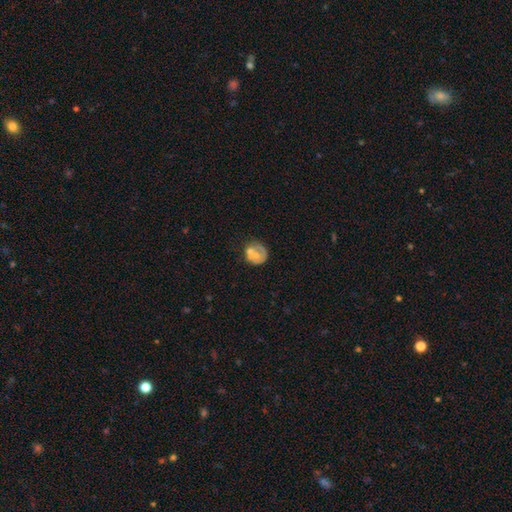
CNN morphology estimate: Smooth or featured?
  - smooth: 48% *
  - featured or disk: 44%
  - star or artifact: 8%
Merging?
  - none: 49% *
  - minor disturbance: 21%
  - merger: 17%
  - major disturbance: 12%